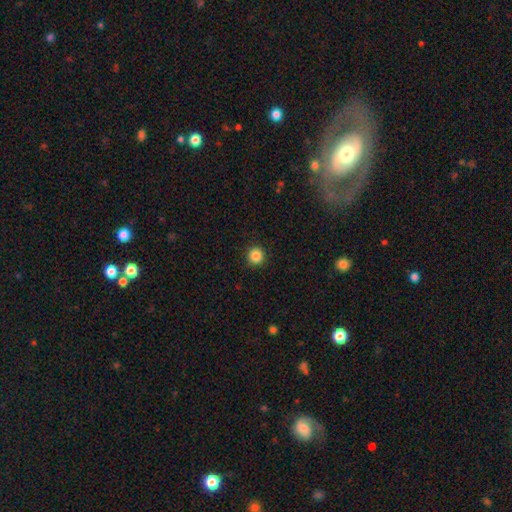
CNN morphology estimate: Q: Smooth or featured?
A: smooth (86%); runner-up: star or artifact (10%)
Q: How rounded?
A: round (94%); runner-up: in between (5%)
Q: Merging?
A: none (92%); runner-up: minor disturbance (5%)